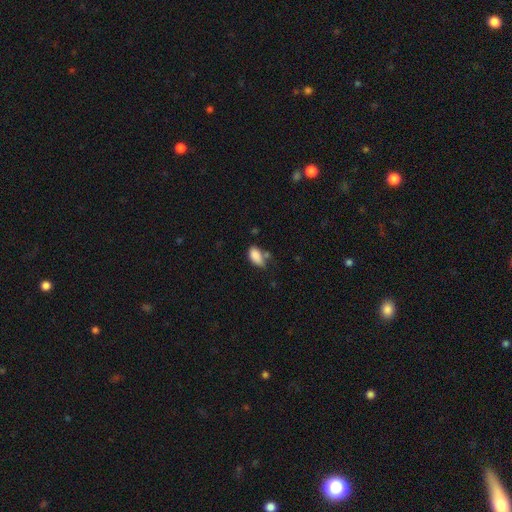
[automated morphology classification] smooth_or_featured: smooth (p=0.85) [alt: star or artifact p=0.08]
how_rounded: in between (p=0.91) [alt: round p=0.05]
merging: none (p=0.47) [alt: minor disturbance p=0.30]